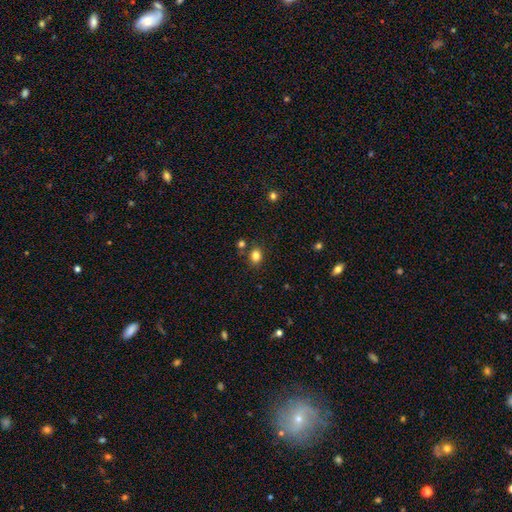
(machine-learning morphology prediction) A smooth galaxy with no disk features (82%) that is round (50%).

Vote fractions:
- Smooth or featured? smooth: 82% / star or artifact: 13% / featured or disk: 5%
- How rounded? round: 50% / in between: 49% / cigar-shaped: 1%
- Merging? none: 80% / minor disturbance: 10% / merger: 7% / major disturbance: 3%